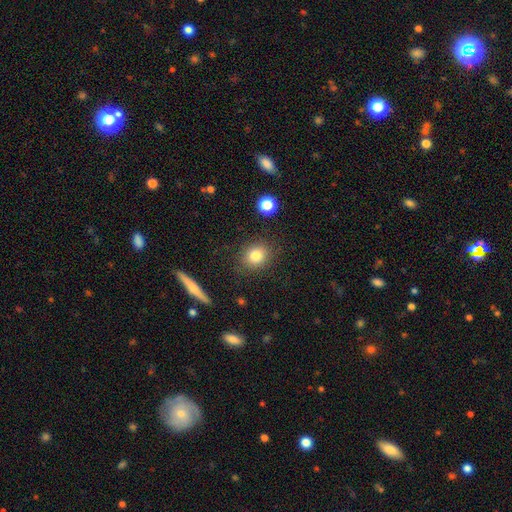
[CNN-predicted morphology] Smooth or featured: smooth — 81% (star or artifact — 10%)
How rounded: round — 67% (in between — 31%)
Merging: none — 86% (minor disturbance — 9%)